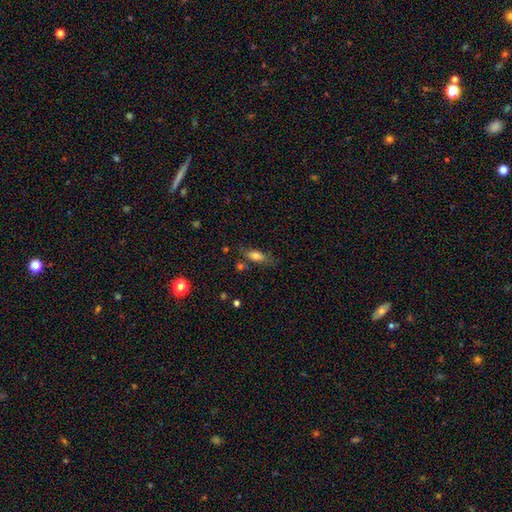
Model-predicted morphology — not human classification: Q: Smooth or featured?
A: smooth (75%); runner-up: featured or disk (16%)
Q: How rounded?
A: in between (76%); runner-up: cigar-shaped (20%)
Q: Merging?
A: none (64%); runner-up: minor disturbance (21%)